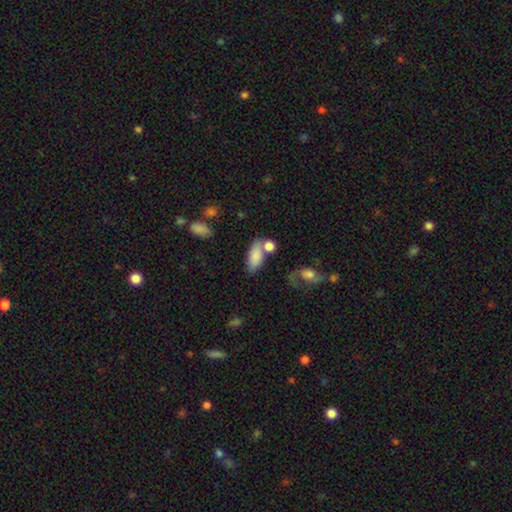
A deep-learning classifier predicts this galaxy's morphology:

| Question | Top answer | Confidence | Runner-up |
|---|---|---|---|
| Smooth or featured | smooth | 82% | featured or disk (10%) |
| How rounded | in between | 85% | cigar-shaped (10%) |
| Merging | none | 52% | merger (25%) |